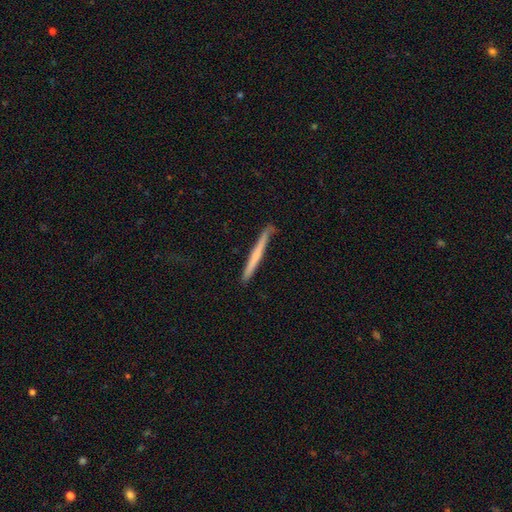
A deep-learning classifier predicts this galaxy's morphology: smooth_or_featured: smooth (p=0.54) [alt: featured or disk p=0.40]
how_rounded: cigar-shaped (p=0.97) [alt: in between p=0.02]
merging: none (p=0.86) [alt: minor disturbance p=0.11]